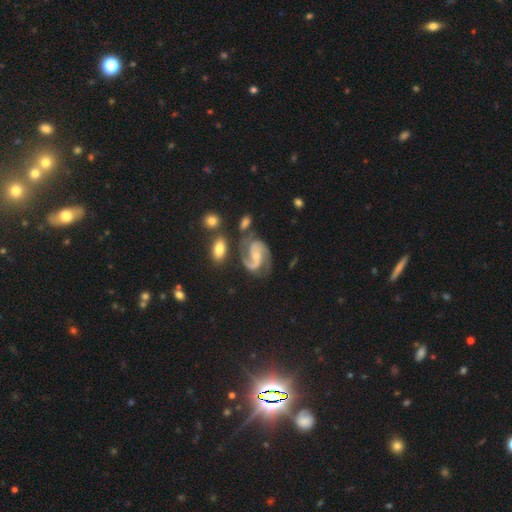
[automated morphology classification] This is clearly a featured or disk galaxy (89%). It is clearly not viewed edge-on (98%). Bar: possibly no (45%). Spiral arm pattern: clearly yes (98%). Spiral arm count: clearly 2 (85%). Spiral winding: possibly medium (56%). Central bulge: likely small (63%). Merging: likely none (61%).